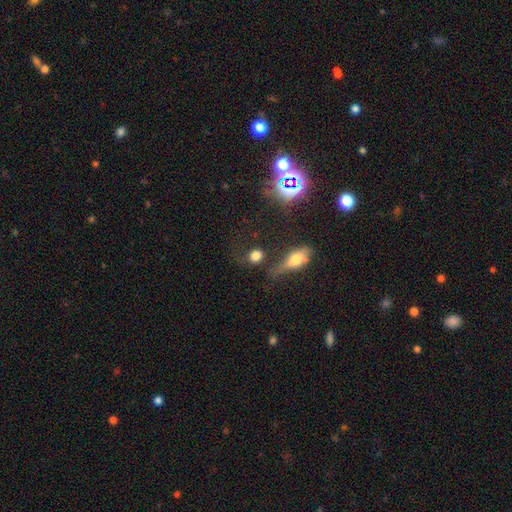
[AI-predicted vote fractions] smooth_or_featured: smooth (p=0.72) [alt: star or artifact p=0.17]
how_rounded: round (p=0.69) [alt: in between p=0.27]
merging: none (p=0.59) [alt: minor disturbance p=0.17]